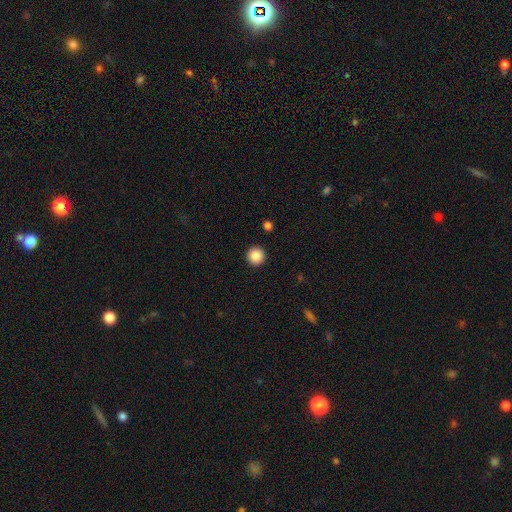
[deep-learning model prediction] Smooth or featured? smooth (88%)
How rounded? round (96%)
Merging? none (93%)